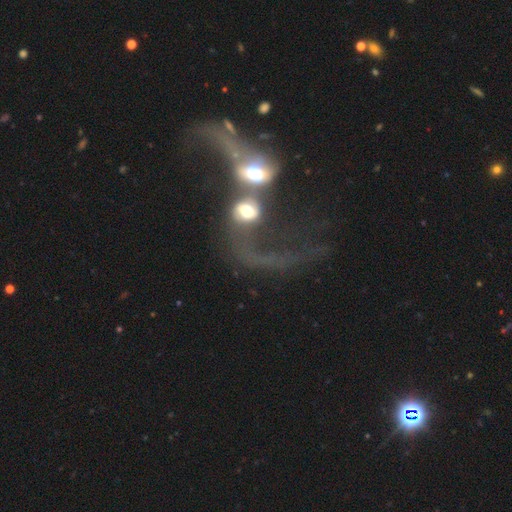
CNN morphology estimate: This appears to be a featured or disk galaxy (65%) with no bar (64%), spiral arms (70%) and a moderate central bulge (49%). Merging: merger (76%).